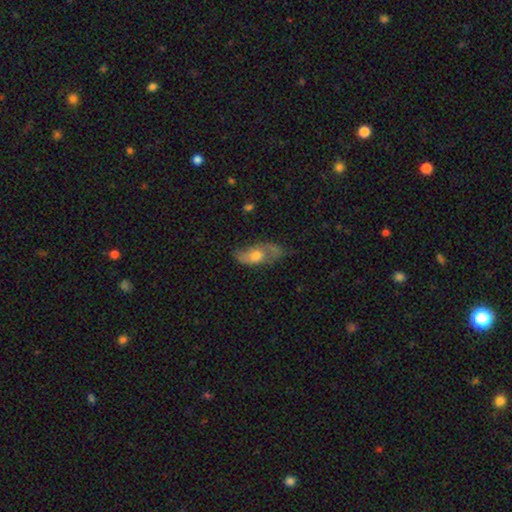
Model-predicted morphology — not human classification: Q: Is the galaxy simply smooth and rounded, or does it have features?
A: featured or disk — 54%.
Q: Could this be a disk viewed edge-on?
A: no — 83%.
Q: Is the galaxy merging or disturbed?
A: none — 51%.